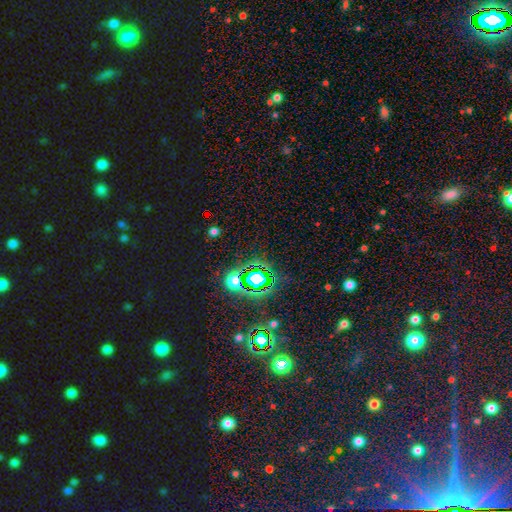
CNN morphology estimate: Overall: star or artifact (75%).